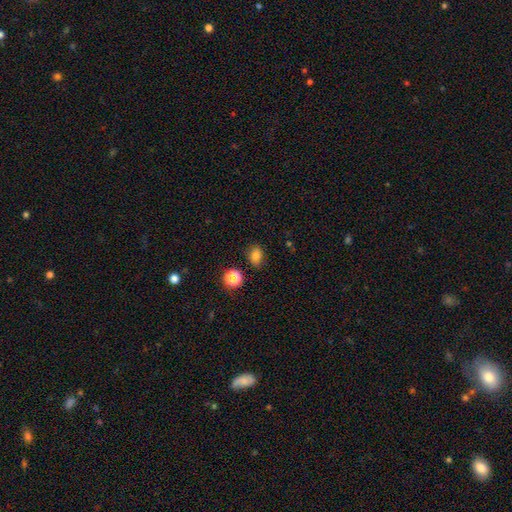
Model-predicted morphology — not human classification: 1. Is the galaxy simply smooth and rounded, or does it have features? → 80% smooth, 15% star or artifact, 6% featured or disk.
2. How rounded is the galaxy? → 56% in between, 42% round, 1% cigar-shaped.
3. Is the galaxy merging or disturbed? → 81% none, 13% minor disturbance, 3% major disturbance, 3% merger.